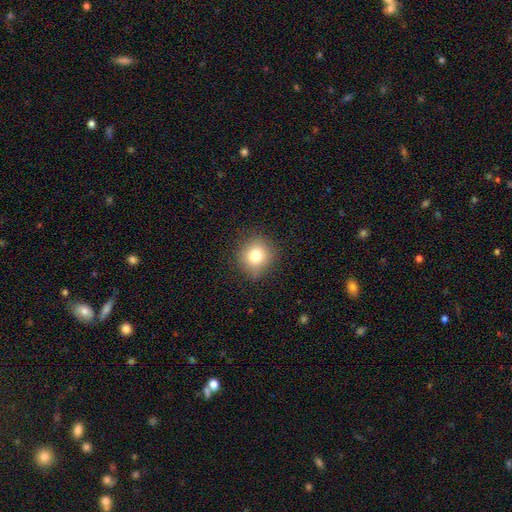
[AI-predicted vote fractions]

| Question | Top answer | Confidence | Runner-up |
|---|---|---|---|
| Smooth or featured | smooth | 79% | star or artifact (11%) |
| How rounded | round | 88% | in between (11%) |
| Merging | none | 84% | minor disturbance (12%) |